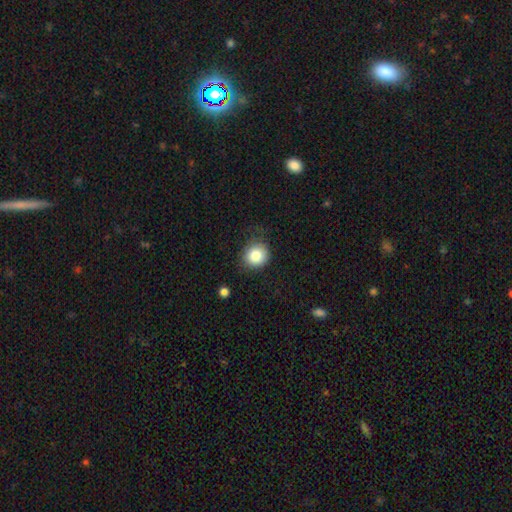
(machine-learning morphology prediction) smooth-or-featured: smooth: 83% | star or artifact: 10% | featured or disk: 7%
  how-rounded: round: 86% | in between: 14% | cigar-shaped: 1%
  merging: none: 74% | minor disturbance: 18% | major disturbance: 6% | merger: 2%